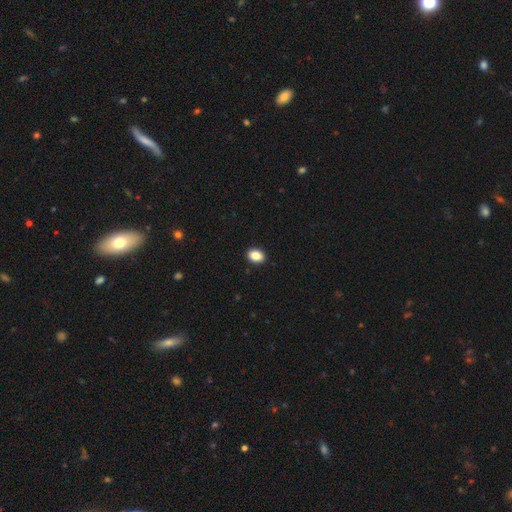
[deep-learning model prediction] smooth 87%, star or artifact 9%, featured or disk 5%. Down the decision tree: how rounded — in between (72%); merging — none (91%).